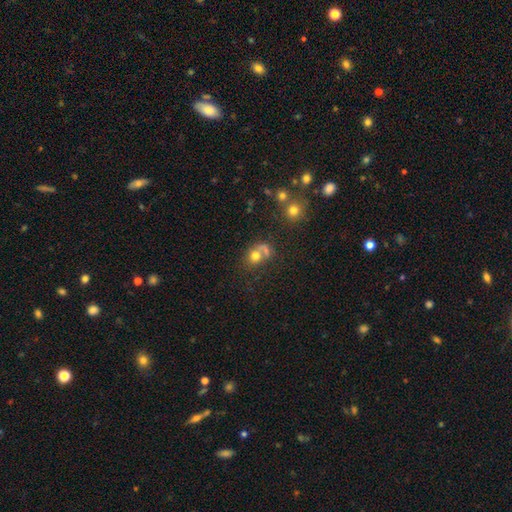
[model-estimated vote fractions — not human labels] Smooth or featured? Predicted: smooth (p=0.69). How rounded? Predicted: round (p=0.68). Merging? Predicted: merger (p=0.44).